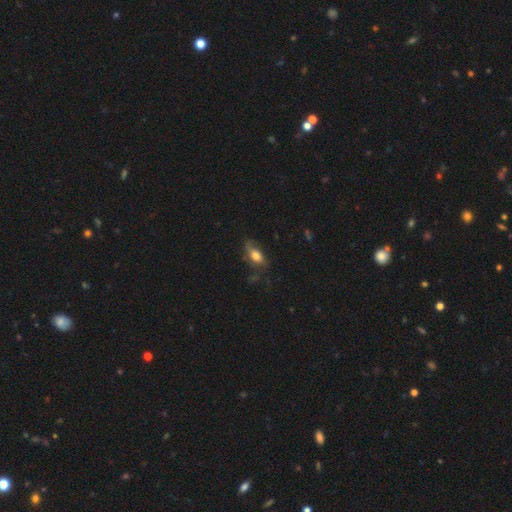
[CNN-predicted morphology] type=smooth (64%); roundness=in between (83%); merging=none (55%).